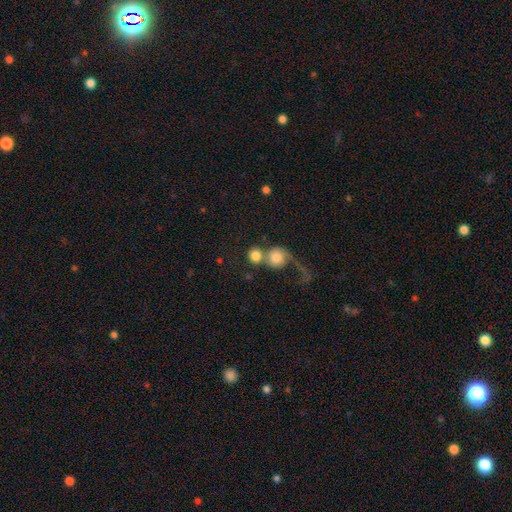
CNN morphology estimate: The model was most divided on "merging": merger: 57%, none: 27%, major disturbance: 10%, minor disturbance: 6%. More confident: how rounded — round (86%); smooth or featured — smooth (76%).